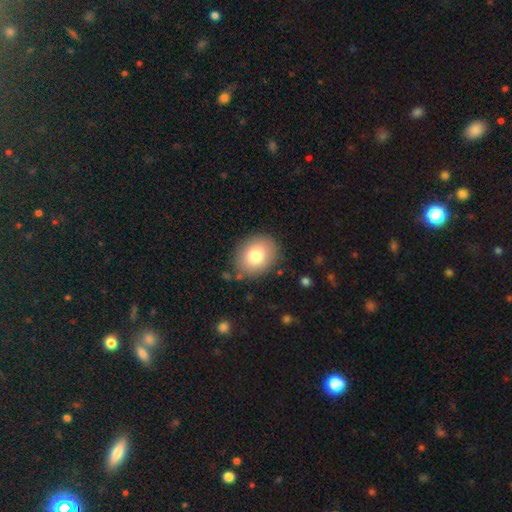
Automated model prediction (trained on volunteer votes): Q: Smooth or featured?
A: smooth (80%); runner-up: featured or disk (11%)
Q: How rounded?
A: round (51%); runner-up: in between (48%)
Q: Merging?
A: none (84%); runner-up: minor disturbance (11%)